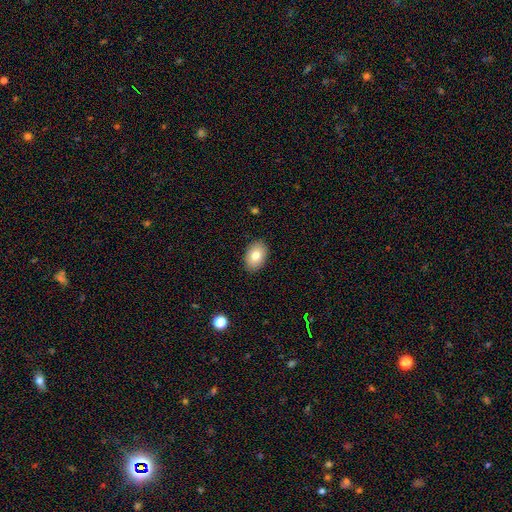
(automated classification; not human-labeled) This is likely a smooth galaxy (79%). How rounded: clearly in between (86%). Merging: clearly none (89%).